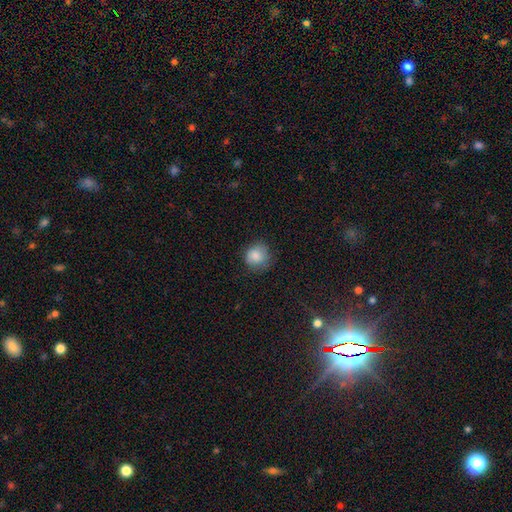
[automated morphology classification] smooth 84%, star or artifact 9%, featured or disk 7%. Down the decision tree: how rounded — round (86%); merging — none (72%).